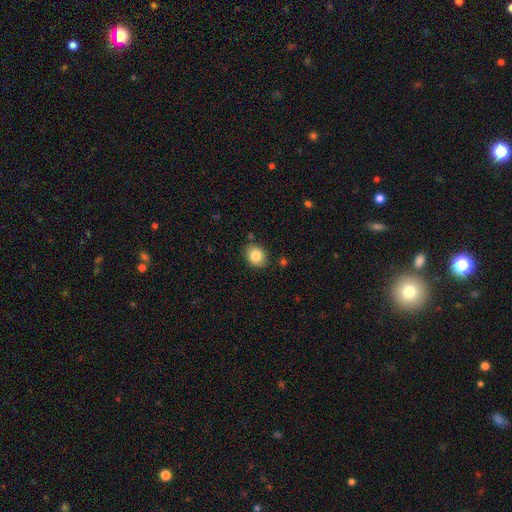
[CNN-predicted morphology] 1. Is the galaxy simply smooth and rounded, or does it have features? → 84% smooth, 9% star or artifact, 7% featured or disk.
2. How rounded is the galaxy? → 50% in between, 49% round, 1% cigar-shaped.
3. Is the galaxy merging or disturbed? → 85% none, 11% minor disturbance, 2% merger, 2% major disturbance.